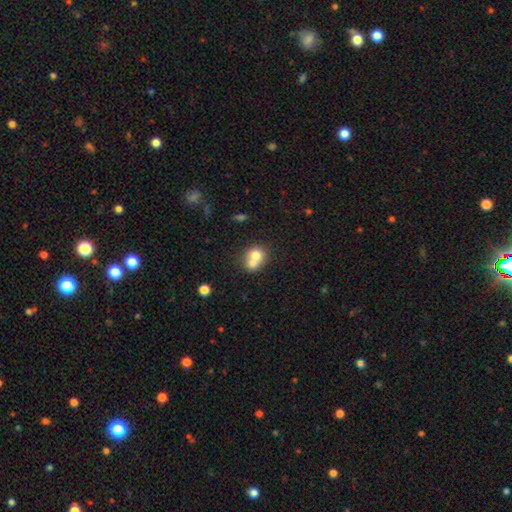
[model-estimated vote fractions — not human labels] Smooth or featured? smooth (69%)
How rounded? round (70%)
Merging? merger (65%)